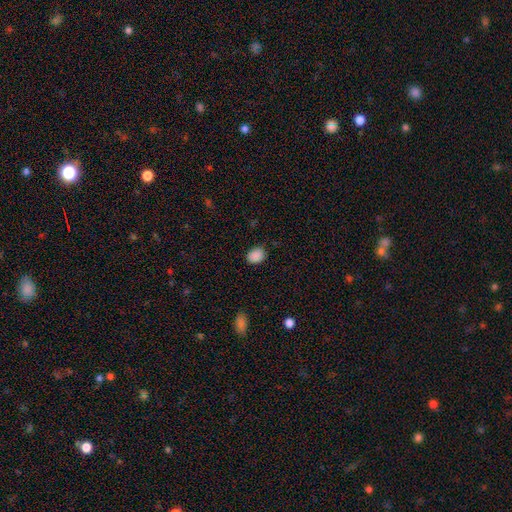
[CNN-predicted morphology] This is clearly a smooth galaxy (89%). How rounded: likely in between (61%). Merging: clearly none (86%).